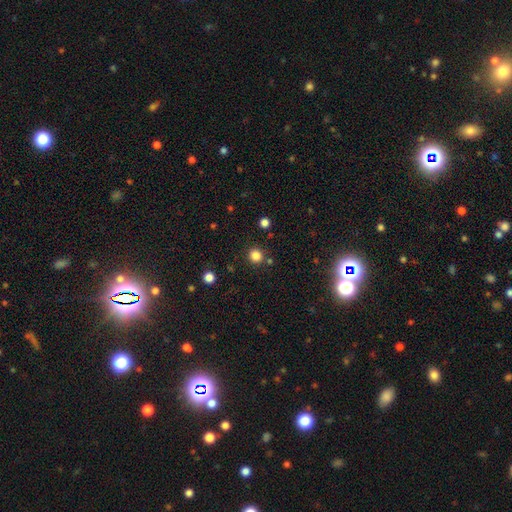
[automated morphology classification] Smooth or featured?
  - smooth: 82% *
  - star or artifact: 14%
  - featured or disk: 4%
How rounded?
  - round: 90% *
  - in between: 9%
  - cigar-shaped: 1%
Merging?
  - none: 85% *
  - minor disturbance: 7%
  - merger: 5%
  - major disturbance: 3%